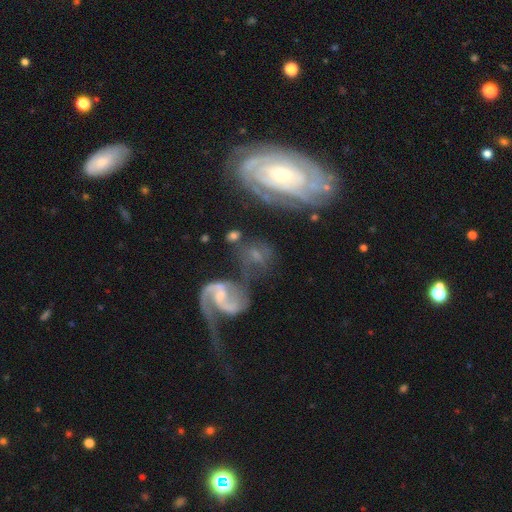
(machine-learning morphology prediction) Smooth or featured?
  - featured or disk: 68% *
  - smooth: 22%
  - star or artifact: 10%
Edge-on disk?
  - no: 95% *
  - yes: 5%
Bar?
  - weak: 44% *
  - no: 38%
  - strong: 18%
Spiral arms?
  - yes: 89% *
  - no: 11%
Spiral winding?
  - medium: 44% *
  - loose: 30%
  - tight: 26%
Spiral arm count?
  - 2: 70% *
  - can't tell: 14%
  - 1: 6%
  - 3: 5%
  - 4: 2%
  - more than 4: 2%
Bulge size?
  - small: 54% *
  - moderate: 33%
  - none: 7%
  - large: 4%
  - dominant: 2%
Merging?
  - merger: 34% * (tied)
  - none: 34% * (tied)
  - major disturbance: 16%
  - minor disturbance: 16%